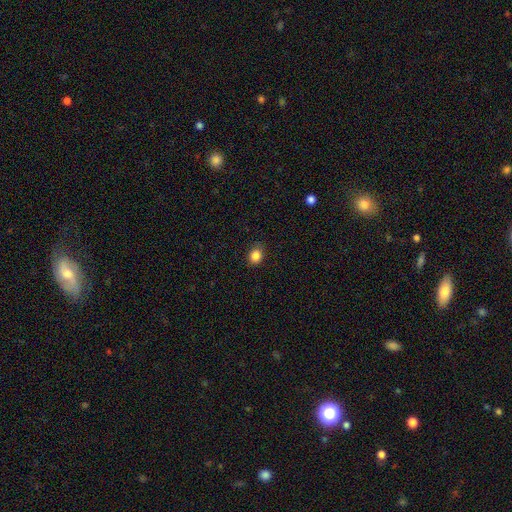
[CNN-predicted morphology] Smooth or featured: smooth — 85% (star or artifact — 11%)
How rounded: round — 60% (in between — 39%)
Merging: none — 86% (minor disturbance — 11%)